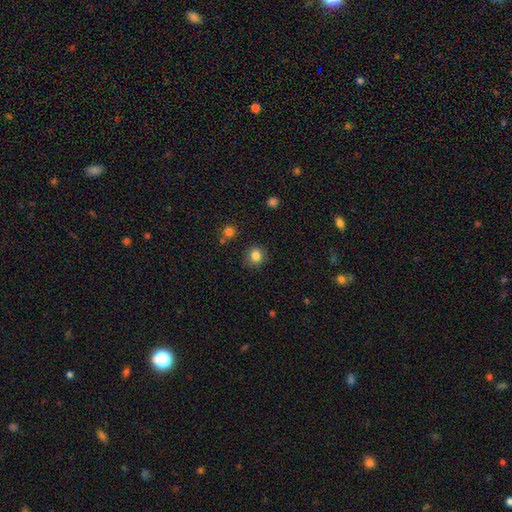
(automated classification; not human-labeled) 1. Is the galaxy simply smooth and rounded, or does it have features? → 83% smooth, 11% star or artifact, 6% featured or disk.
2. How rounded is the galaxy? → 85% round, 14% in between, 1% cigar-shaped.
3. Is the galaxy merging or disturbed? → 87% none, 9% minor disturbance, 3% major disturbance, 2% merger.